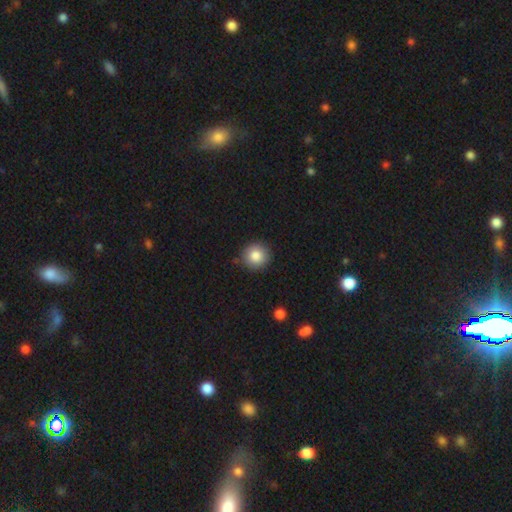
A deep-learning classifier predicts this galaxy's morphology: smooth 84%, star or artifact 9%, featured or disk 7%. Down the decision tree: how rounded — round (93%); merging — none (88%).